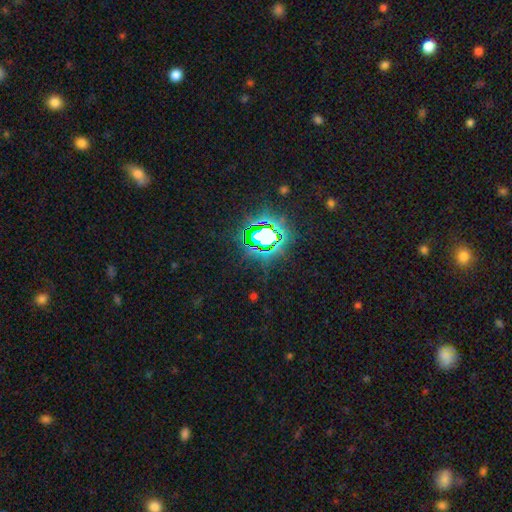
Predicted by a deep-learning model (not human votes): smooth-or-featured: star or artifact: 79% | smooth: 14% | featured or disk: 7%